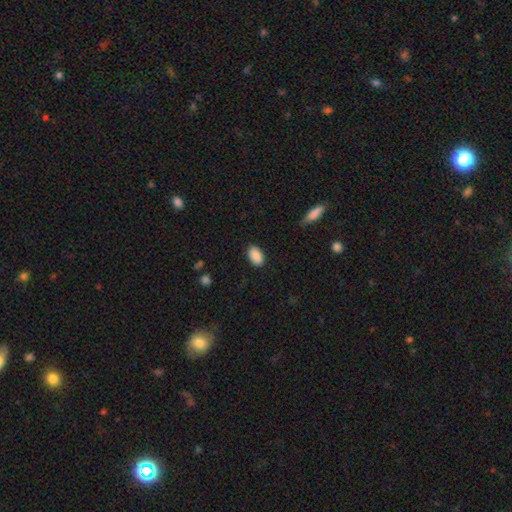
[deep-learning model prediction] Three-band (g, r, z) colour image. It shows a smooth galaxy with no disk features (90%) that is in between round and cigar-shaped (93%). Merging: none (87%).